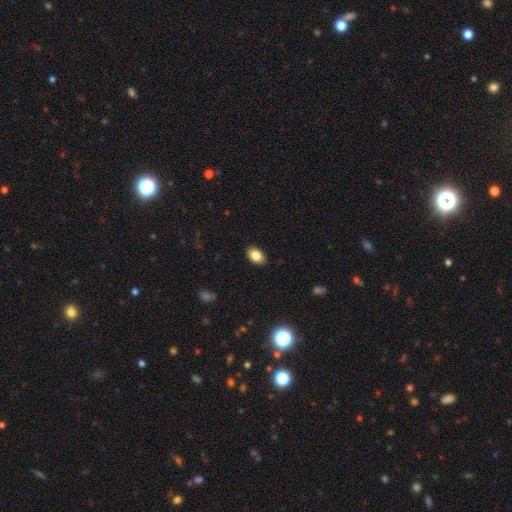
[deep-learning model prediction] smooth 84%, star or artifact 9%, featured or disk 8%. Down the decision tree: how rounded — in between (86%); merging — none (88%).